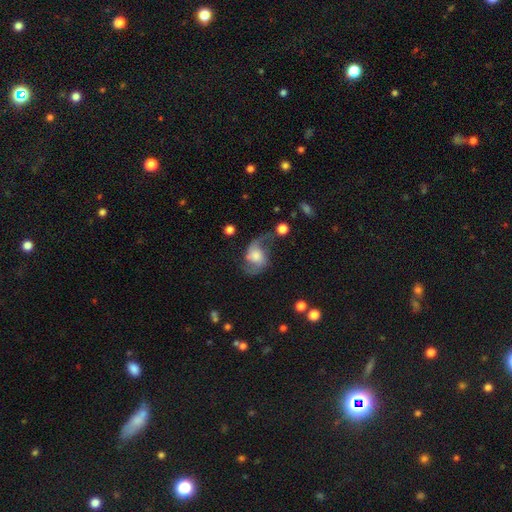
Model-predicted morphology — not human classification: Smooth or featured: featured or disk — 72% (smooth — 21%)
Edge-on disk: no — 97% (yes — 3%)
Bar: no — 62% (weak — 31%)
Spiral arms: yes — 91% (no — 9%)
Spiral winding: loose — 64% (medium — 30%)
Spiral arm count: 2 — 86% (1 — 8%)
Bulge size: moderate — 36% (large — 29%)
Merging: none — 46% (major disturbance — 25%)